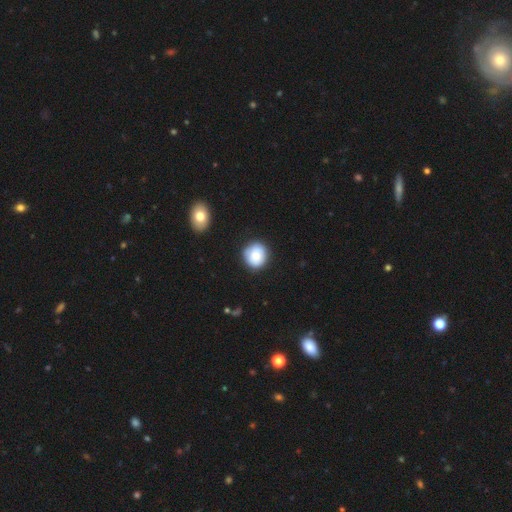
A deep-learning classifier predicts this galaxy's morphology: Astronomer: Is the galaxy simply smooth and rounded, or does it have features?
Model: smooth — 76%.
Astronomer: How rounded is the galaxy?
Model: round — 87%.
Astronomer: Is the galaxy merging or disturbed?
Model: none — 81%.